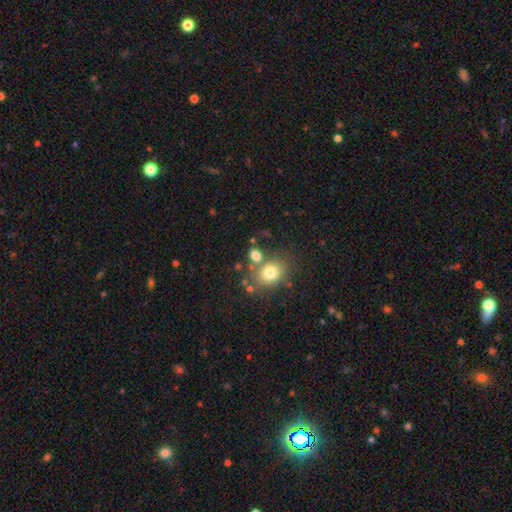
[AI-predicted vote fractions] A smooth galaxy with no disk features (76%) that is in between round and cigar-shaped (56%). Merging: none (56%).